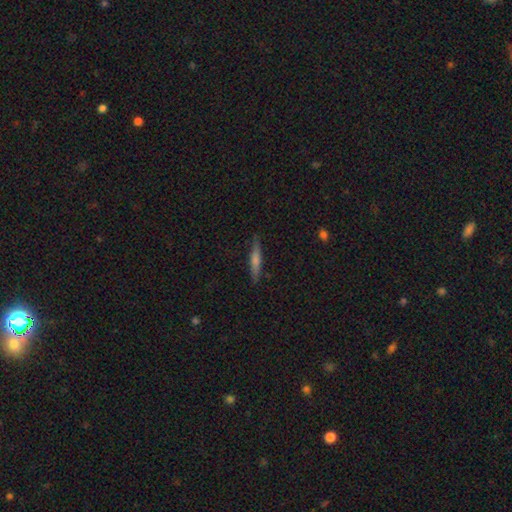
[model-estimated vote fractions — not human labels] Smooth or featured: featured or disk — 54% (smooth — 37%)
Edge-on disk: yes — 96% (no — 4%)
Edge-on bulge: rounded — 63% (none — 25%)
Merging: none — 89% (minor disturbance — 8%)